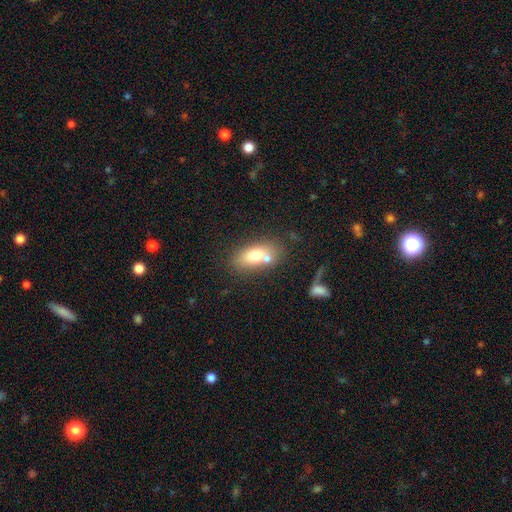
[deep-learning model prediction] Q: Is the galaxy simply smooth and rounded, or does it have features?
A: smooth — 71%.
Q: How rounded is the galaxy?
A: in between — 85%.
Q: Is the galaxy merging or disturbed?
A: none — 53%.